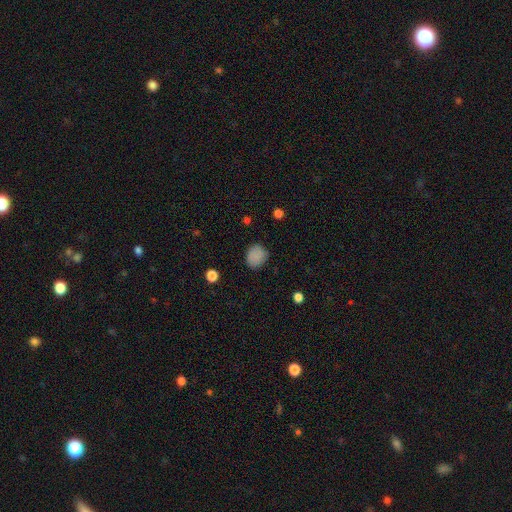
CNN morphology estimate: smooth_or_featured: smooth (p=0.85) [alt: star or artifact p=0.10]
how_rounded: round (p=0.68) [alt: in between p=0.31]
merging: none (p=0.82) [alt: minor disturbance p=0.14]